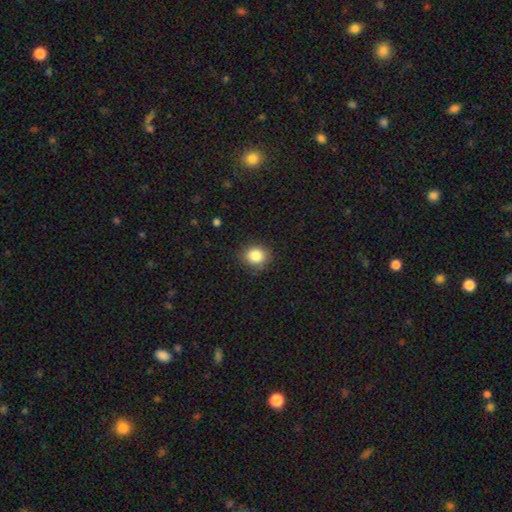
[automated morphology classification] Smooth or featured? smooth (85%)
How rounded? round (76%)
Merging? none (85%)